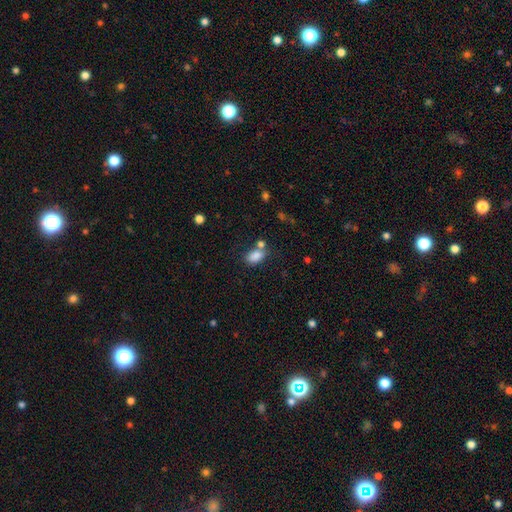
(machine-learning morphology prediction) A smooth galaxy with no disk features (85%) that is in between round and cigar-shaped (87%). Merging: none (56%).